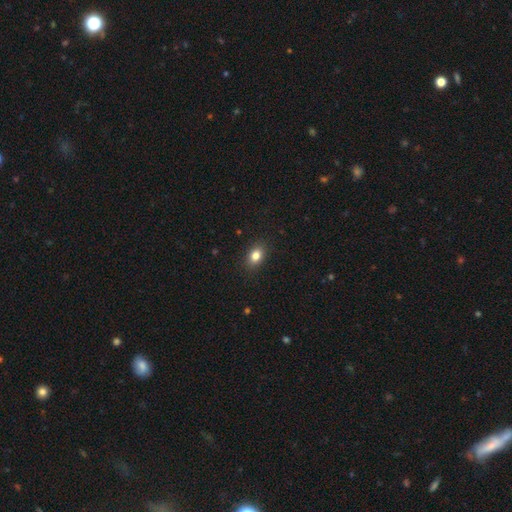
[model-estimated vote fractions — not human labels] A smooth galaxy with no disk features (83%) that is in between round and cigar-shaped (73%). Merging: none (88%).